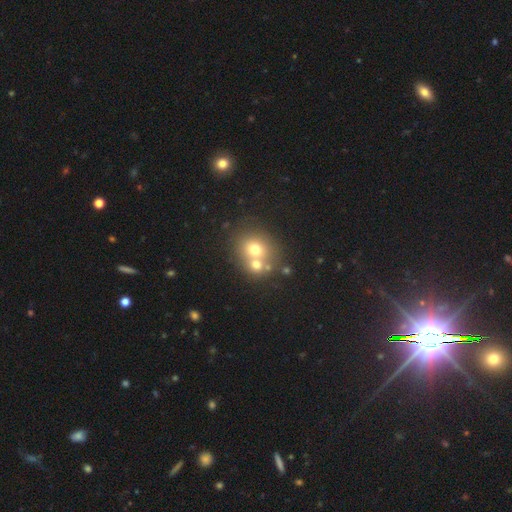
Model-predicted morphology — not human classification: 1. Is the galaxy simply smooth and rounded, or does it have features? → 64% smooth, 20% featured or disk, 16% star or artifact.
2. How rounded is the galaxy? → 77% round, 22% in between, 1% cigar-shaped.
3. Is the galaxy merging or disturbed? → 47% merger, 43% none, 7% minor disturbance, 3% major disturbance.